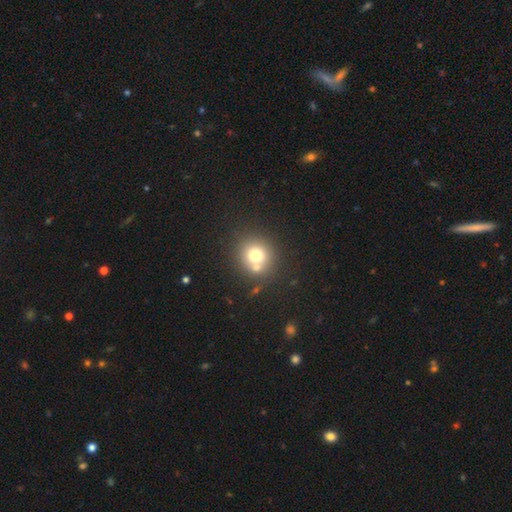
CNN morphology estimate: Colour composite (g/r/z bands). It shows a smooth galaxy with no disk features (72%) that is round (86%). Merging: none (65%).